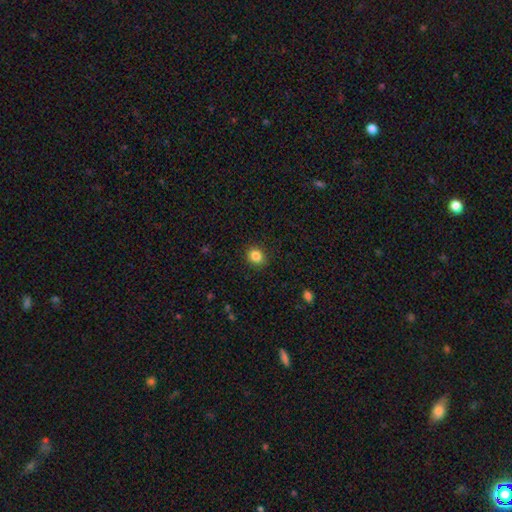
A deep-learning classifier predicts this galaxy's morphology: smooth-or-featured: smooth: 85% | star or artifact: 10% | featured or disk: 5%
  how-rounded: round: 70% | in between: 29% | cigar-shaped: 1%
  merging: none: 89% | minor disturbance: 7% | major disturbance: 2% | merger: 1%